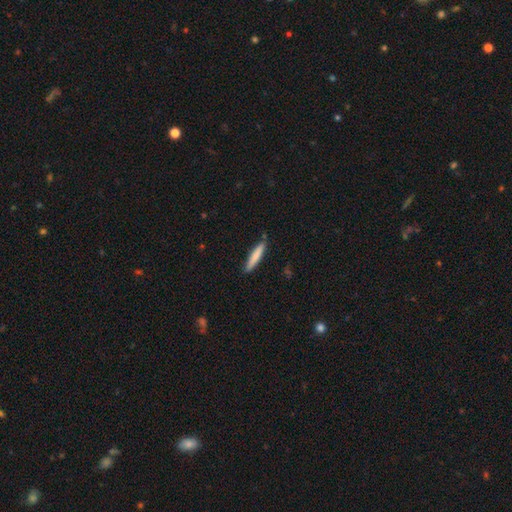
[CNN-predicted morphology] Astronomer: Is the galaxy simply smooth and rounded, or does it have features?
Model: smooth — 78%.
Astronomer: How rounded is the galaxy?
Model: cigar-shaped — 91%.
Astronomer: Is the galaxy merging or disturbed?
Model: none — 86%.